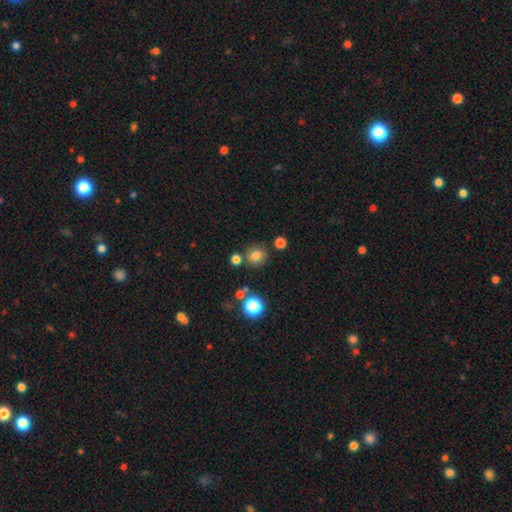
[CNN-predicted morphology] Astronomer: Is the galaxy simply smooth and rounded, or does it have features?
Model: smooth — 79%.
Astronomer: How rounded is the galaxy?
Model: round — 85%.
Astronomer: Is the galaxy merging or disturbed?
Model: none — 80%.